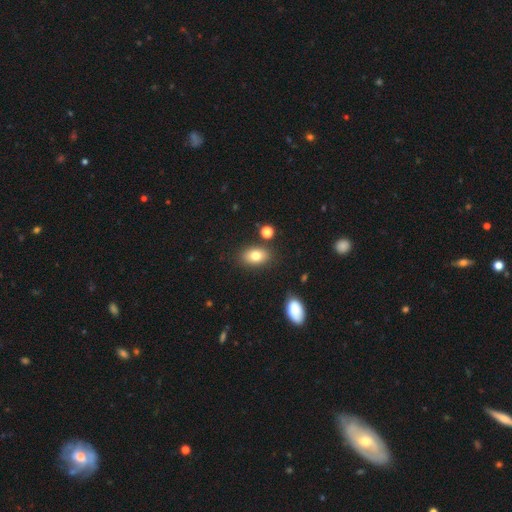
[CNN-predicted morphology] This is likely a smooth galaxy (78%). How rounded: clearly in between (84%). Merging: clearly none (82%).